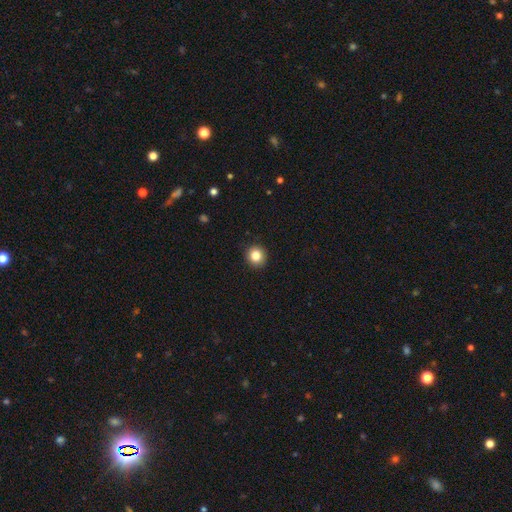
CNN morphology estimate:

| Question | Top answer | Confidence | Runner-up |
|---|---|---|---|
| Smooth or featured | smooth | 84% | star or artifact (10%) |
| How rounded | round | 90% | in between (9%) |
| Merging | none | 92% | minor disturbance (5%) |